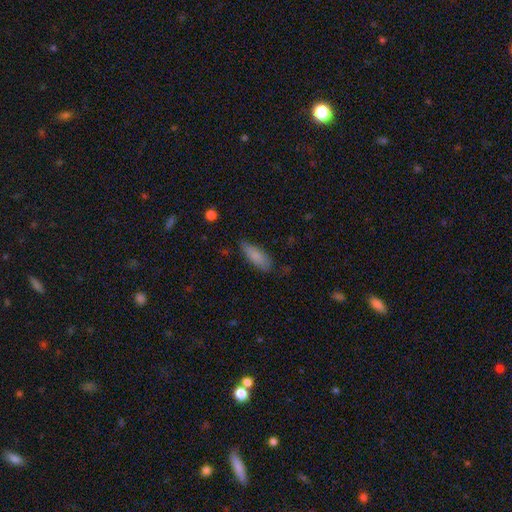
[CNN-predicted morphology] A smooth galaxy with no disk features (82%) that is in between round and cigar-shaped (66%).

Vote fractions:
- Smooth or featured? smooth: 82% / featured or disk: 12% / star or artifact: 6%
- How rounded? in between: 66% / cigar-shaped: 32% / round: 2%
- Merging? none: 67% / minor disturbance: 26% / major disturbance: 5% / merger: 2%